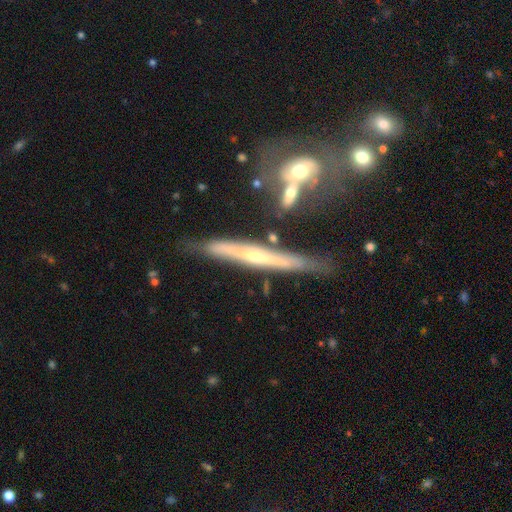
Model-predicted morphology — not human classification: A featured or disk galaxy (74%) viewed edge-on (92%) with a rounded central bulge (61%). Merging: none (72%).